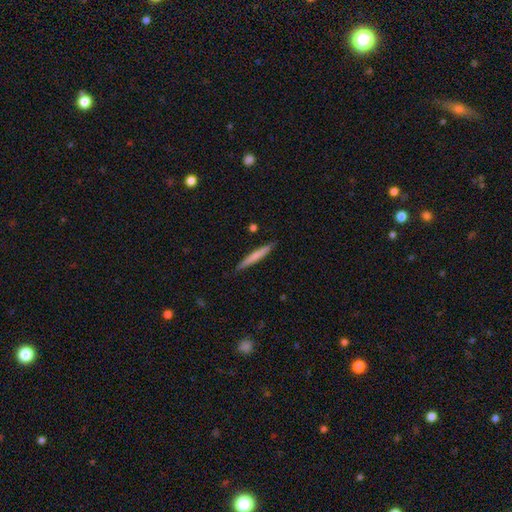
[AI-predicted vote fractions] Smooth or featured? smooth (66%)
How rounded? cigar-shaped (96%)
Merging? none (89%)